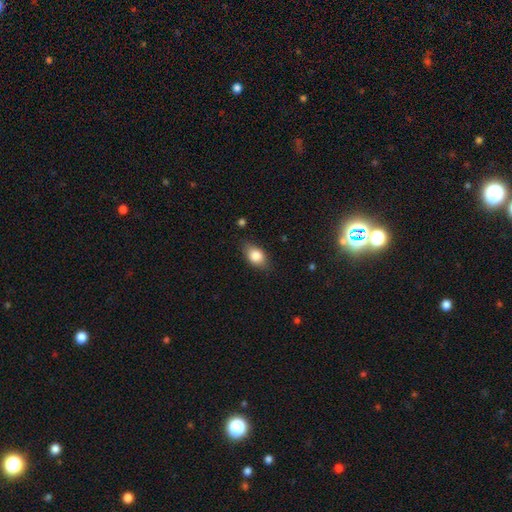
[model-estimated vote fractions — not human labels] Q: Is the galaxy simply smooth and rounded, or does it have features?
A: smooth — 81%.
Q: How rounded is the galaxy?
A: in between — 83%.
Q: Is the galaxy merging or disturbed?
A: none — 79%.